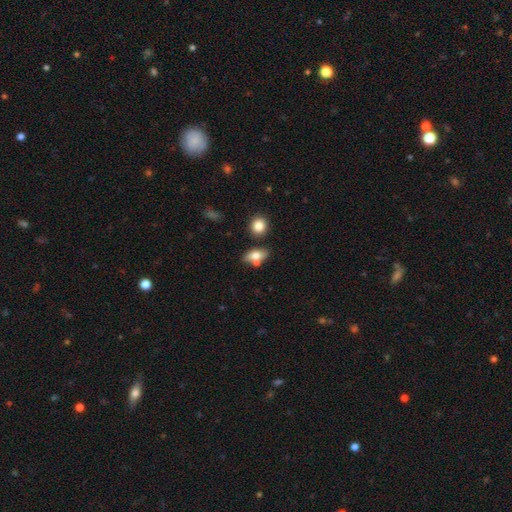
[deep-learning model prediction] This appears to be a smooth galaxy with no disk features (74%) that is in between round and cigar-shaped (81%). Merging: none (60%).